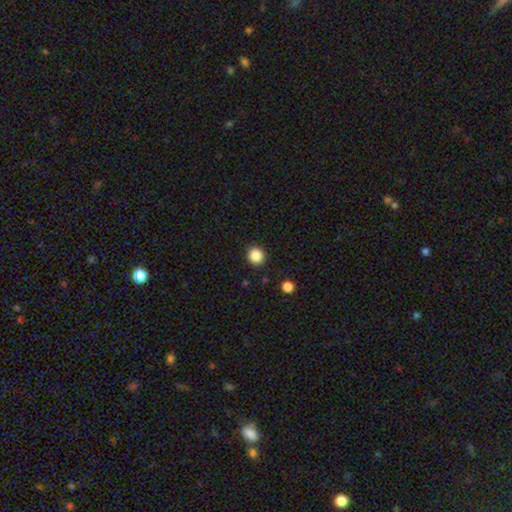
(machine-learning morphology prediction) Smooth or featured?
  - smooth: 86% *
  - star or artifact: 11%
  - featured or disk: 3%
How rounded?
  - round: 88% *
  - in between: 11%
  - cigar-shaped: 1%
Merging?
  - none: 91% *
  - minor disturbance: 6%
  - major disturbance: 2%
  - merger: 1%